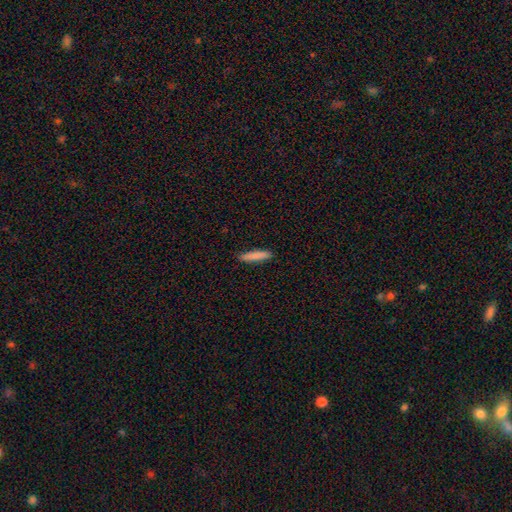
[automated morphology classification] type=smooth (85%); roundness=cigar-shaped (86%); merging=none (88%).